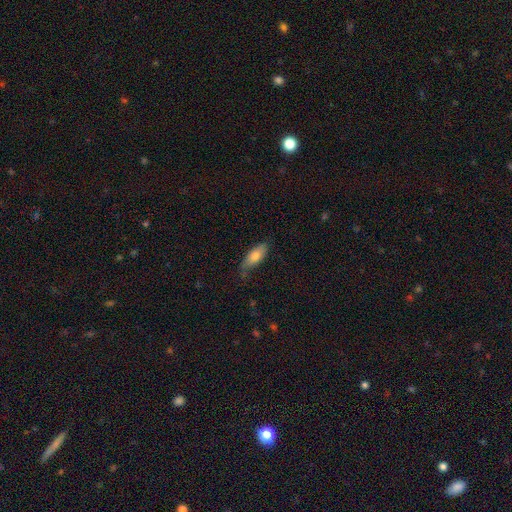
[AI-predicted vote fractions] The model was most divided on "merging": none: 65%, minor disturbance: 27%, major disturbance: 6%, merger: 2%. More confident: smooth or featured — smooth (77%); how rounded — in between (76%).